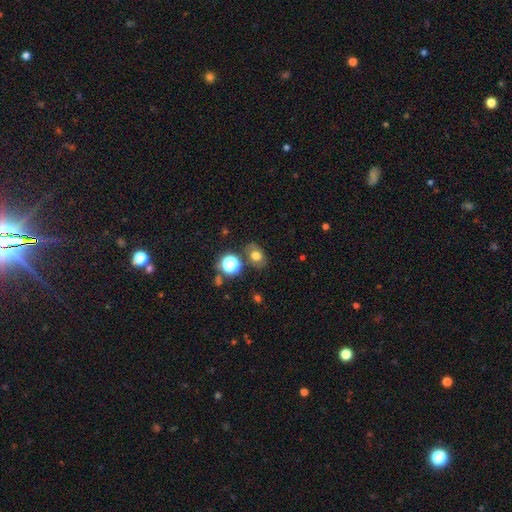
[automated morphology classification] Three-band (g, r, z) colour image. It shows a smooth galaxy with no disk features (70%) that is in between round and cigar-shaped (58%). Merging: none (74%).